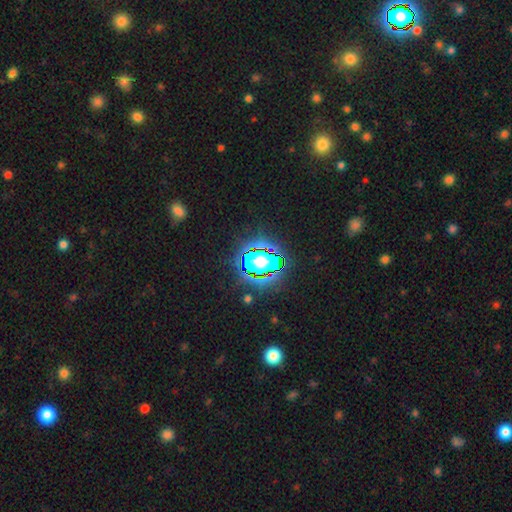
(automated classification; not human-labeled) A star or artifact, not a galaxy (83%).

Vote fractions:
- Smooth or featured? star or artifact: 83% / smooth: 11% / featured or disk: 7%